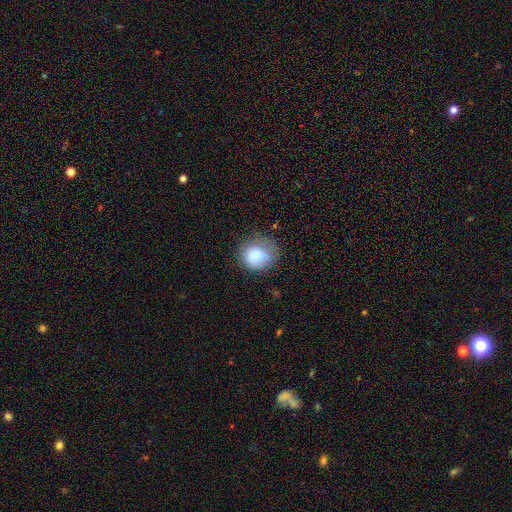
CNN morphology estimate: Smooth or featured? Predicted: smooth (p=0.83). How rounded? Predicted: round (p=0.77). Merging? Predicted: none (p=0.57).